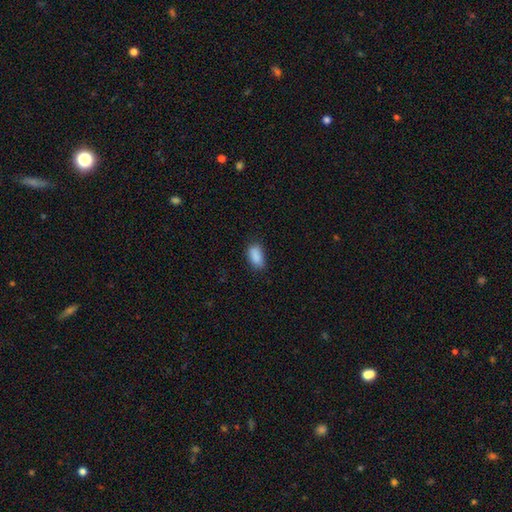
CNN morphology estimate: Smooth or featured? smooth (88%)
How rounded? in between (91%)
Merging? none (73%)